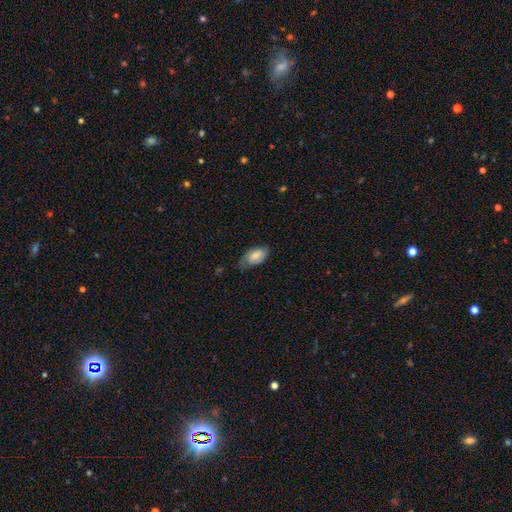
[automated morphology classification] Smooth or featured: smooth — 66% (featured or disk — 27%)
How rounded: in between — 92% (round — 5%)
Merging: none — 52% (minor disturbance — 35%)